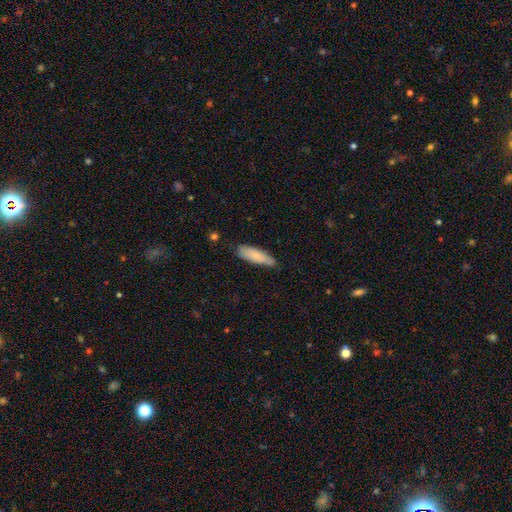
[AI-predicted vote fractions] Morphology: type=smooth (81%); roundness=cigar-shaped (55%); merging=none (72%).